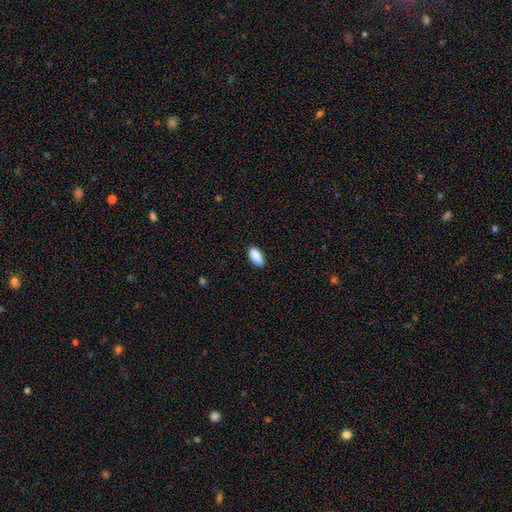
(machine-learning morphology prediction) The model was most divided on "merging": none: 85%, minor disturbance: 12%, major disturbance: 2%, merger: 1%. More confident: smooth or featured — smooth (90%); how rounded — in between (90%).